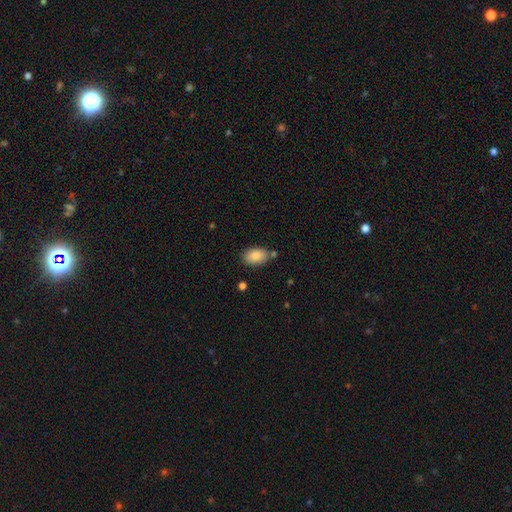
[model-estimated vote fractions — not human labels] A smooth galaxy with no disk features (83%) that is in between round and cigar-shaped (90%).

Vote fractions:
- Smooth or featured? smooth: 83% / featured or disk: 9% / star or artifact: 7%
- How rounded? in between: 90% / round: 8% / cigar-shaped: 1%
- Merging? none: 77% / minor disturbance: 14% / merger: 6% / major disturbance: 3%